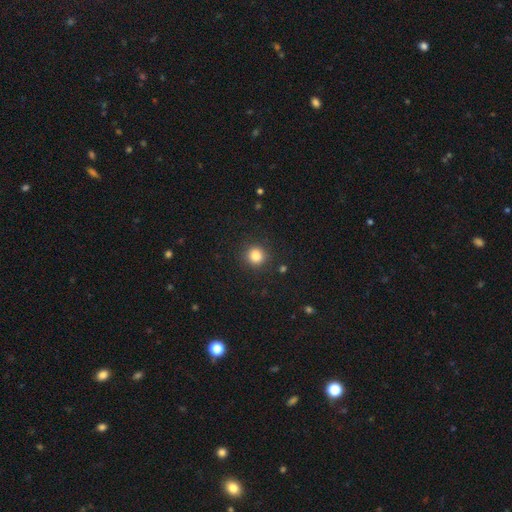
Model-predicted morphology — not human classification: Smooth or featured?
  - smooth: 84% *
  - star or artifact: 12%
  - featured or disk: 5%
How rounded?
  - round: 93% *
  - in between: 7%
  - cigar-shaped: 1%
Merging?
  - none: 90% *
  - minor disturbance: 6%
  - major disturbance: 2%
  - merger: 1%